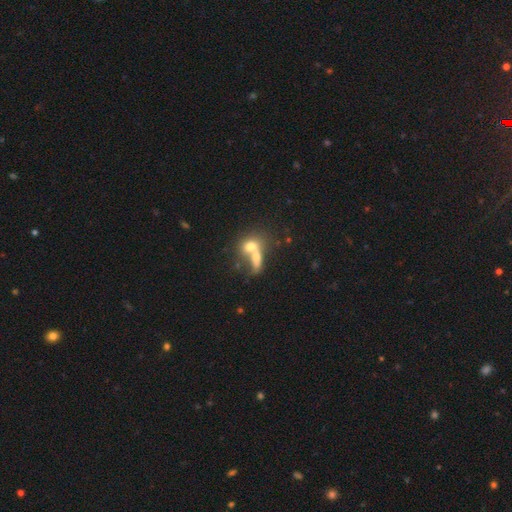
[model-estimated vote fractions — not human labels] A smooth galaxy with no disk features (66%) that is in between round and cigar-shaped (56%). Merging: merger (72%).